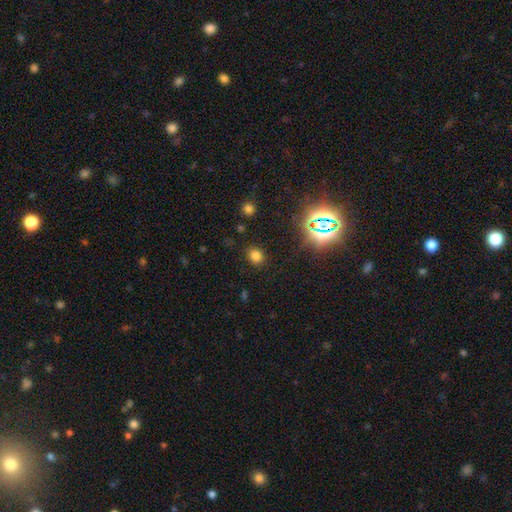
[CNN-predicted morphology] This appears to be a smooth galaxy with no disk features (73%) that is round (64%). Merging: none (86%).